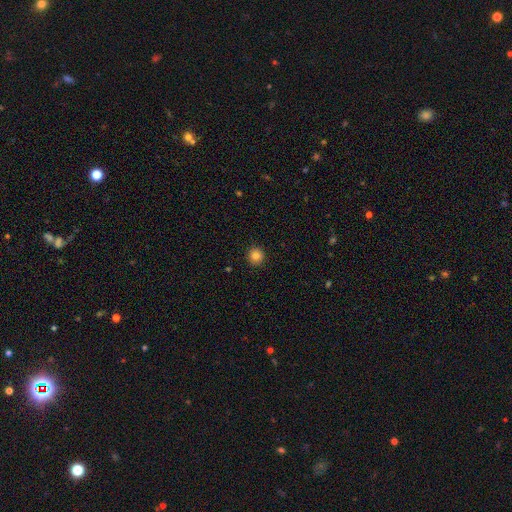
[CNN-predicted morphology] Smooth or featured? smooth (84%)
How rounded? round (94%)
Merging? none (92%)